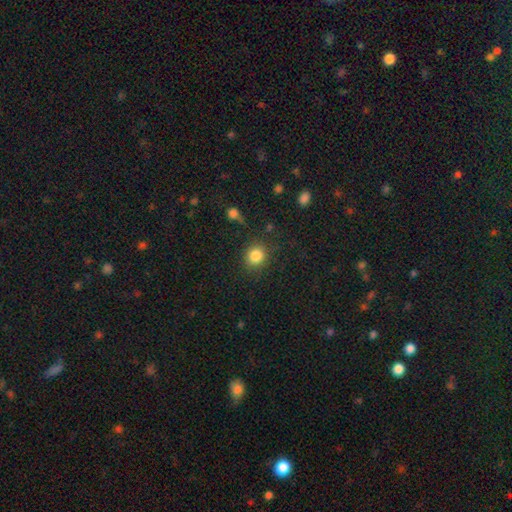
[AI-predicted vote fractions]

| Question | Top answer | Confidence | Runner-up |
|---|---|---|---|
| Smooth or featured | smooth | 85% | star or artifact (10%) |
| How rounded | round | 82% | in between (17%) |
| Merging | none | 82% | minor disturbance (10%) |